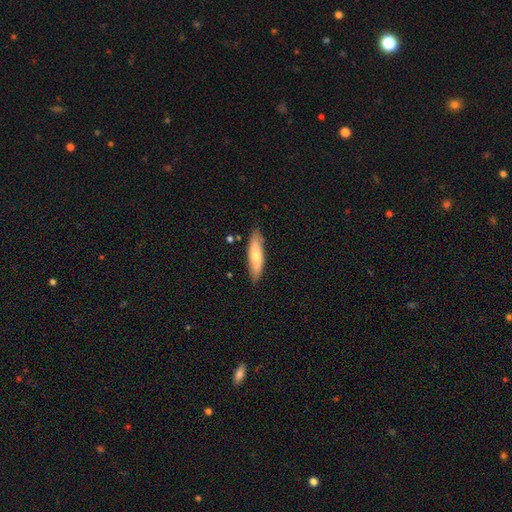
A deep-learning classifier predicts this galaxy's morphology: Smooth or featured?
  - smooth: 63% *
  - featured or disk: 31%
  - star or artifact: 6%
How rounded?
  - cigar-shaped: 66% *
  - in between: 33%
  - round: 2%
Merging?
  - none: 86% *
  - minor disturbance: 11%
  - major disturbance: 2%
  - merger: 1%